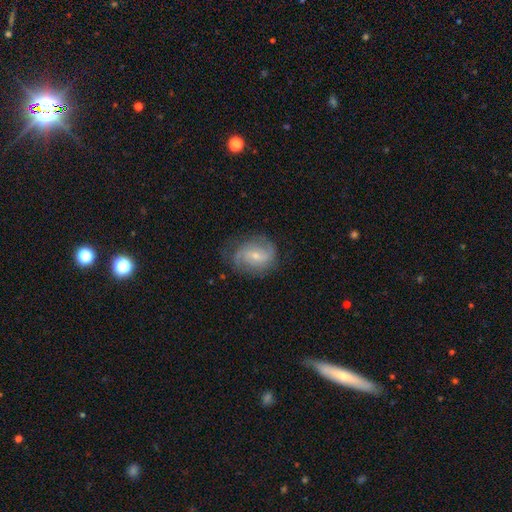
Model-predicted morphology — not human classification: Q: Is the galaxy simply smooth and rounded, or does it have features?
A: featured or disk — 70%.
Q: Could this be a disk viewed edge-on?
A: no — 97%.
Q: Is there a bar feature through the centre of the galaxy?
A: weak — 51%.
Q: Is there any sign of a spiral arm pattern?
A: yes — 89%.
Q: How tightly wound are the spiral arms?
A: medium — 44%.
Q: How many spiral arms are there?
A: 2 — 60%.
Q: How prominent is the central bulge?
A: small — 65%.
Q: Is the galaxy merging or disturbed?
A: none — 65%.